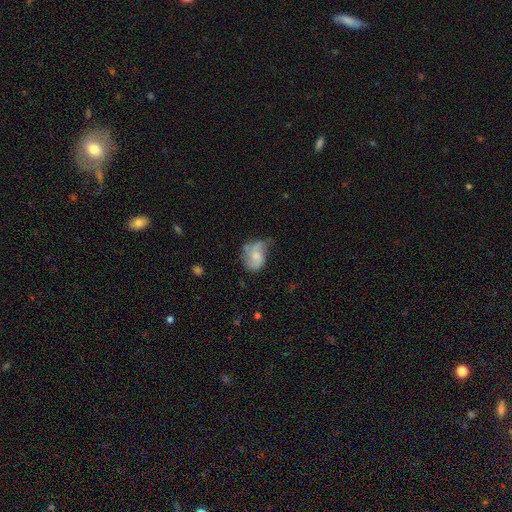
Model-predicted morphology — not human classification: Smooth or featured?
  - smooth: 50% *
  - featured or disk: 42%
  - star or artifact: 8%
How rounded?
  - in between: 73% *
  - round: 26%
  - cigar-shaped: 1%
Merging?
  - minor disturbance: 38% *
  - none: 34%
  - major disturbance: 23%
  - merger: 5%